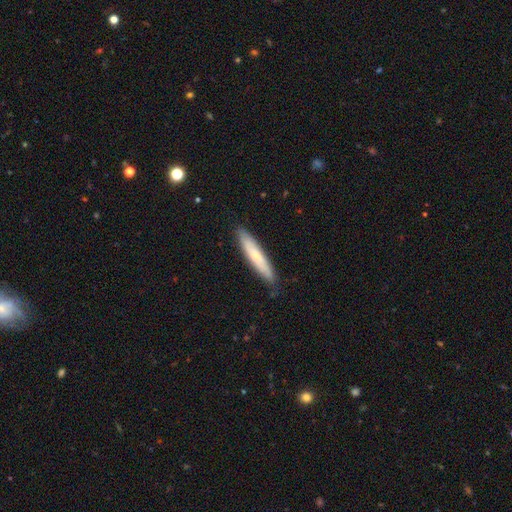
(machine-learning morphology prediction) Overall: smooth (63%; featured or disk 31%). How rounded: cigar-shaped (89%). Merging: none (86%).